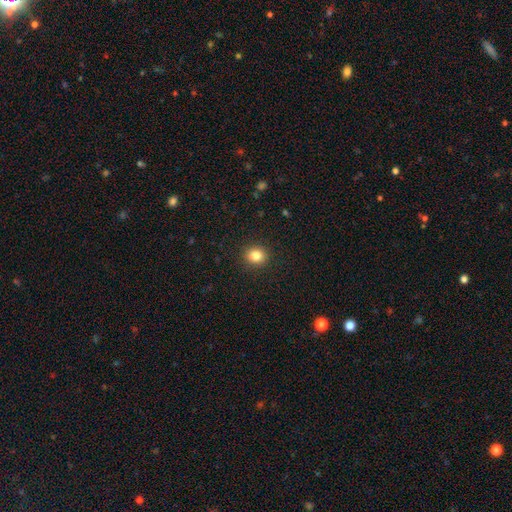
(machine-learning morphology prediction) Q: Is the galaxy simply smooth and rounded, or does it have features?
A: smooth — 84%.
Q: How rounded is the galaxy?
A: round — 76%.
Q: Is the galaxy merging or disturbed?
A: none — 90%.